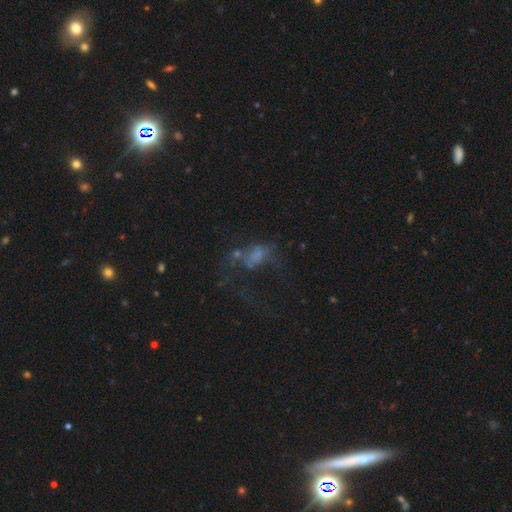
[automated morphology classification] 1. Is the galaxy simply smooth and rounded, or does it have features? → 41% featured or disk, 34% smooth, 24% star or artifact.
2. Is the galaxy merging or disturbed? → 47% major disturbance, 25% none, 15% merger, 13% minor disturbance.